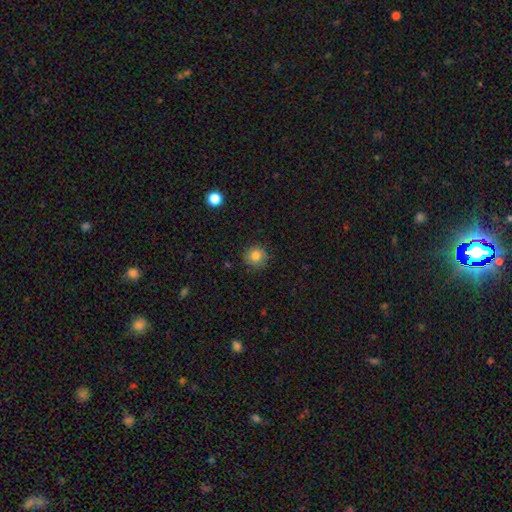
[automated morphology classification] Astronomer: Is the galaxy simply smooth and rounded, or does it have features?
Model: smooth — 81%.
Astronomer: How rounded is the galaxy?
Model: round — 93%.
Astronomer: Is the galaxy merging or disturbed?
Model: none — 85%.